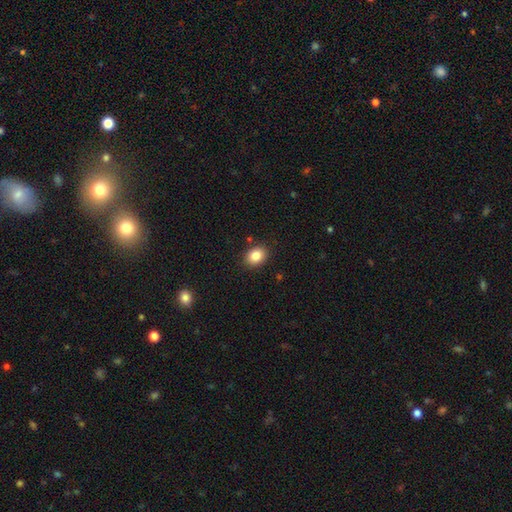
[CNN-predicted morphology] A smooth galaxy with no disk features (85%) that is in between round and cigar-shaped (63%).

Vote fractions:
- Smooth or featured? smooth: 85% / star or artifact: 9% / featured or disk: 6%
- How rounded? in between: 63% / round: 36% / cigar-shaped: 1%
- Merging? none: 87% / minor disturbance: 9% / major disturbance: 2% / merger: 2%